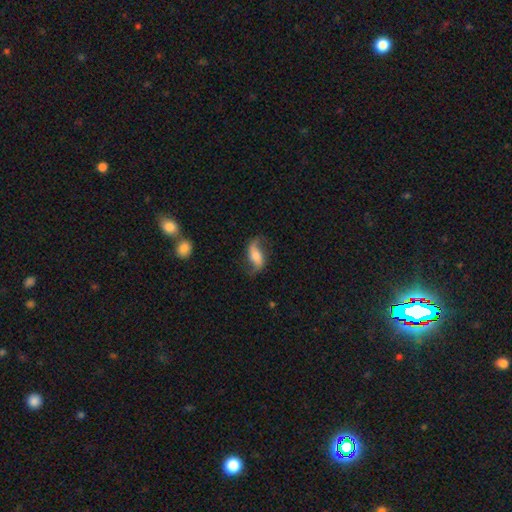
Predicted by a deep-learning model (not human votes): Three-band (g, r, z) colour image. It shows a featured or disk galaxy (67%) with no bar (40%), 2 (91%) loose (81%) spiral arms (92%) and a moderate central bulge (44%). Merging: none (70%).